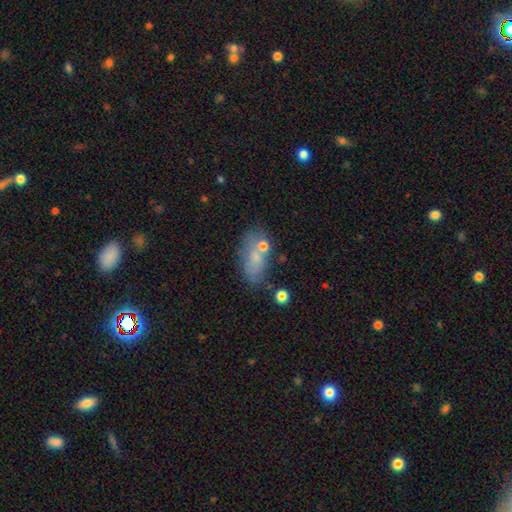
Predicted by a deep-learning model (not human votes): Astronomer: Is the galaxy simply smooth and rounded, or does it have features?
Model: smooth — 66%.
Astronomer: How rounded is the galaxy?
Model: in between — 87%.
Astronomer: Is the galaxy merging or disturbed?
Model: none — 55%.